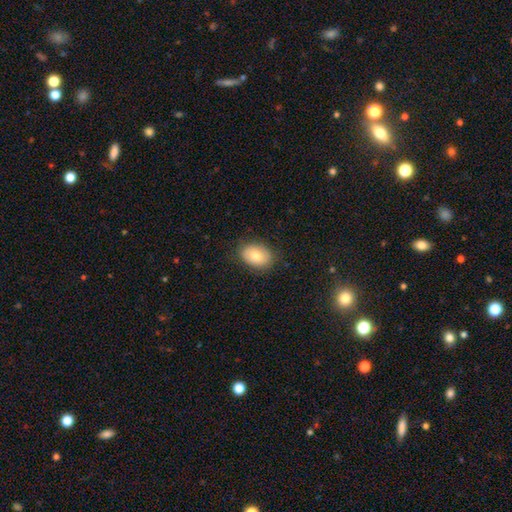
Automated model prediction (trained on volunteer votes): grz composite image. It shows a smooth galaxy with no disk features (76%) that is in between round and cigar-shaped (74%). Merging: none (84%).